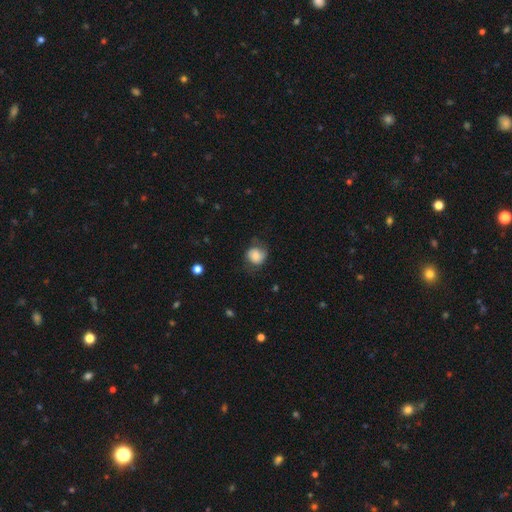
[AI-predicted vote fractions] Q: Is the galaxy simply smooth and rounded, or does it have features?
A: smooth — 67%.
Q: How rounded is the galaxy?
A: round — 73%.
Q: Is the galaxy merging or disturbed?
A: none — 58%.